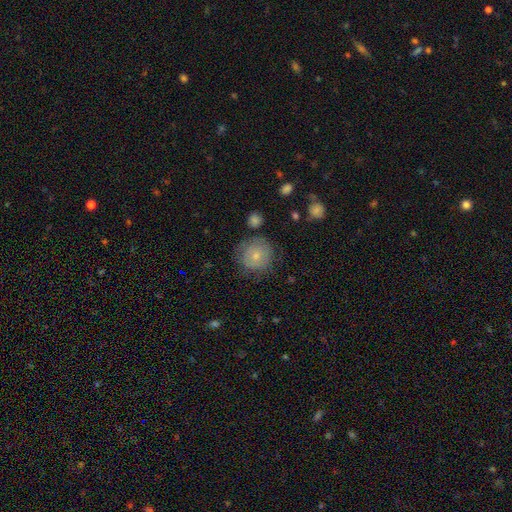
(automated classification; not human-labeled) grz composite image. It shows a smooth galaxy with no disk features (73%) that is round (91%). Merging: none (72%).